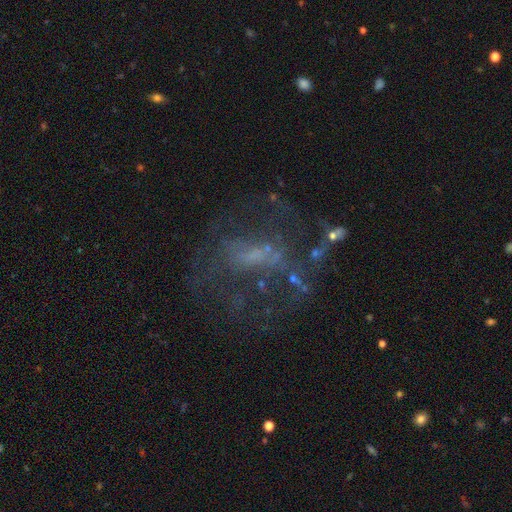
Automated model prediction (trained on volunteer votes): Smooth or featured: featured or disk — 58% (star or artifact — 23%)
Edge-on disk: no — 95% (yes — 5%)
Bar: no — 54% (weak — 32%)
Spiral arms: no — 68% (yes — 32%)
Bulge size: none — 46% (small — 35%)
Merging: none — 48% (major disturbance — 31%)